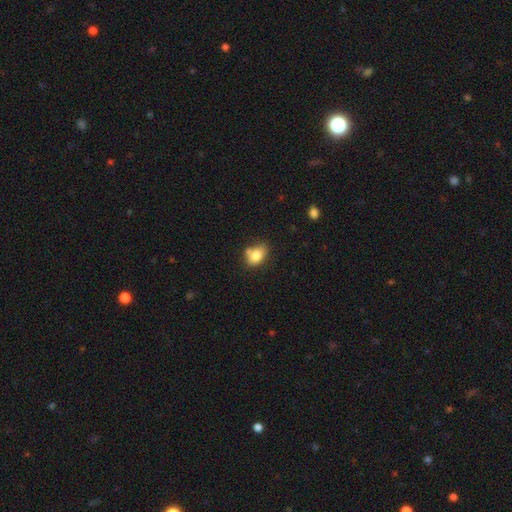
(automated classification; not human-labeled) smooth-or-featured: smooth: 80% | featured or disk: 11% | star or artifact: 9%
  how-rounded: in between: 73% | round: 25% | cigar-shaped: 2%
  merging: none: 53% | minor disturbance: 22% | merger: 18% | major disturbance: 6%